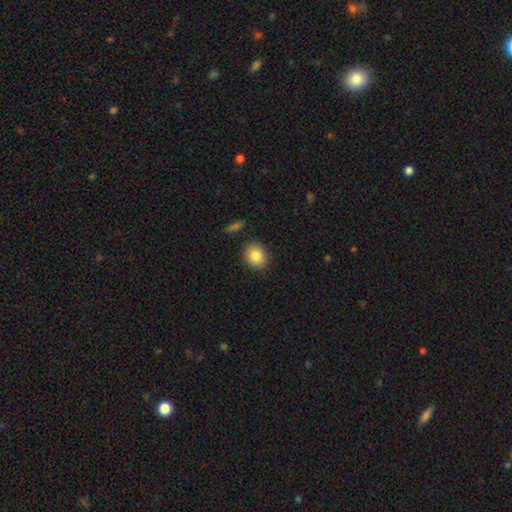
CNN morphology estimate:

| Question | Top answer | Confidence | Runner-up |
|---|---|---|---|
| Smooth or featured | smooth | 86% | star or artifact (8%) |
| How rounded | round | 67% | in between (31%) |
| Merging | none | 88% | minor disturbance (8%) |